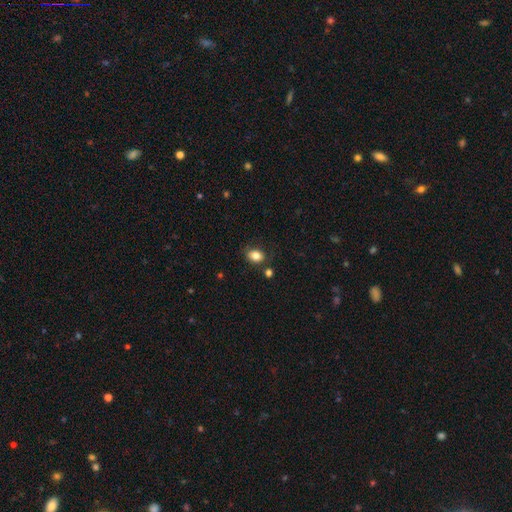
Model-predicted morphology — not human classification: smooth 83%, star or artifact 10%, featured or disk 7%. Down the decision tree: how rounded — in between (67%); merging — none (77%).